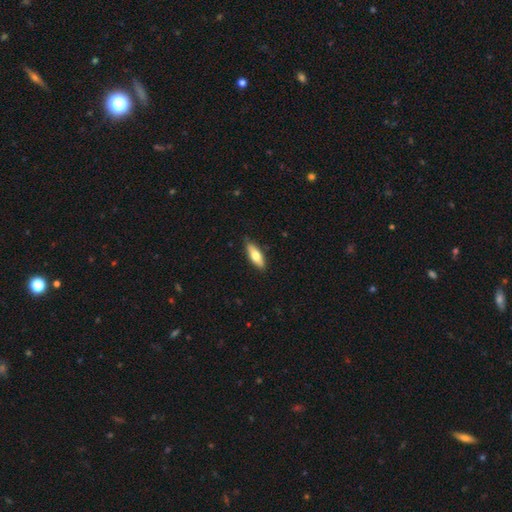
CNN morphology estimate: smooth_or_featured: smooth (p=0.66) [alt: featured or disk p=0.28]
how_rounded: in between (p=0.62) [alt: cigar-shaped p=0.36]
merging: none (p=0.87) [alt: minor disturbance p=0.10]